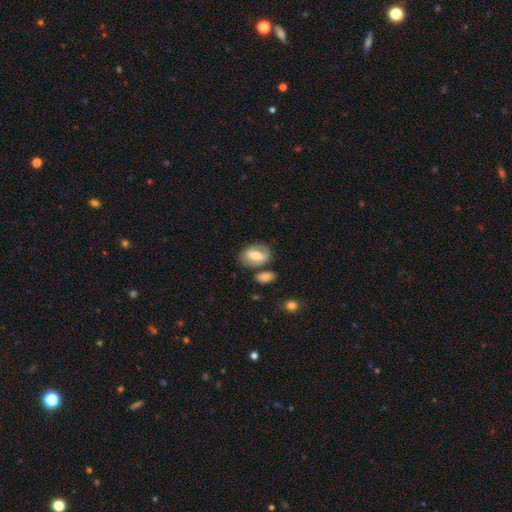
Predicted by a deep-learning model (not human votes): smooth 52%, featured or disk 41%, star or artifact 7%. Down the decision tree: how rounded — in between (83%); merging — none (67%).